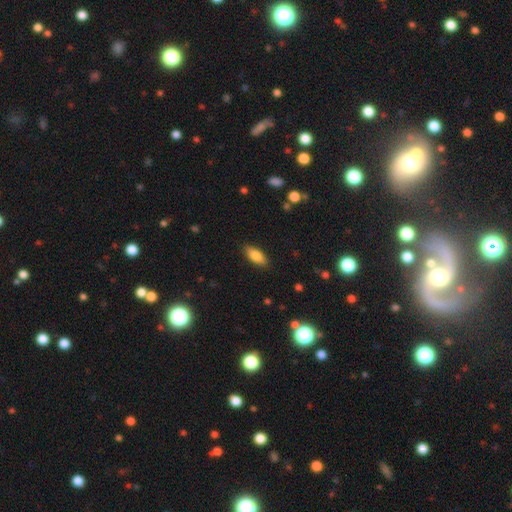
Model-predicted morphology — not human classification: Smooth or featured?
  - smooth: 84% *
  - featured or disk: 9%
  - star or artifact: 7%
How rounded?
  - in between: 82% *
  - cigar-shaped: 16%
  - round: 2%
Merging?
  - none: 87% *
  - minor disturbance: 9%
  - major disturbance: 2%
  - merger: 1%